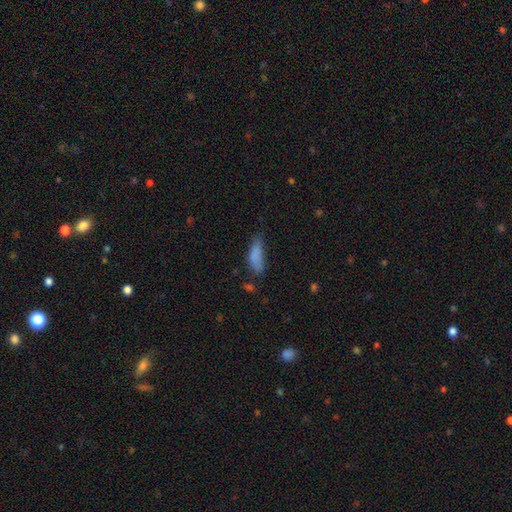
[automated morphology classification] type=smooth (81%); roundness=in between (59%); merging=none (46%).